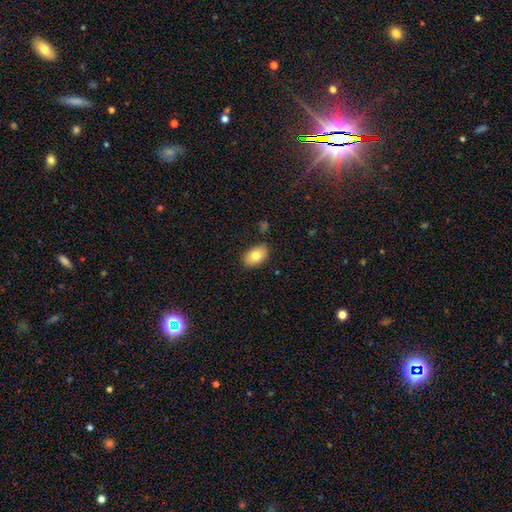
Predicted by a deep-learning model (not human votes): Smooth or featured?
  - smooth: 78% *
  - featured or disk: 15%
  - star or artifact: 7%
How rounded?
  - in between: 89% *
  - round: 10%
  - cigar-shaped: 1%
Merging?
  - none: 84% *
  - minor disturbance: 12%
  - major disturbance: 2%
  - merger: 2%